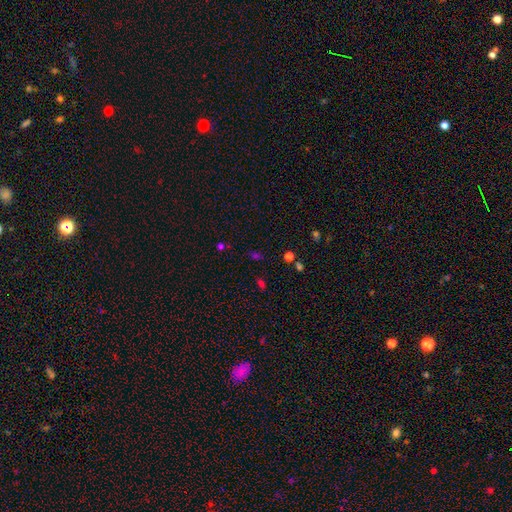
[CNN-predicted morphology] smooth-or-featured: smooth: 50% | star or artifact: 43% | featured or disk: 7%
  merging: none: 73% | minor disturbance: 14% | merger: 7% | major disturbance: 6%